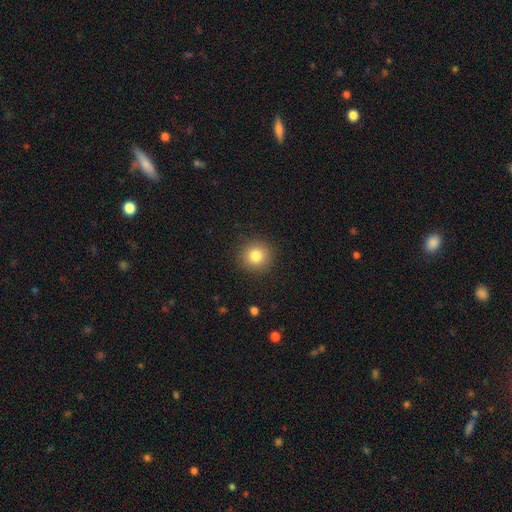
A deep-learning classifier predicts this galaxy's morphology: Smooth or featured?
  - smooth: 81% *
  - star or artifact: 11%
  - featured or disk: 8%
How rounded?
  - round: 92% *
  - in between: 7%
  - cigar-shaped: 1%
Merging?
  - none: 91% *
  - minor disturbance: 6%
  - major disturbance: 2%
  - merger: 1%